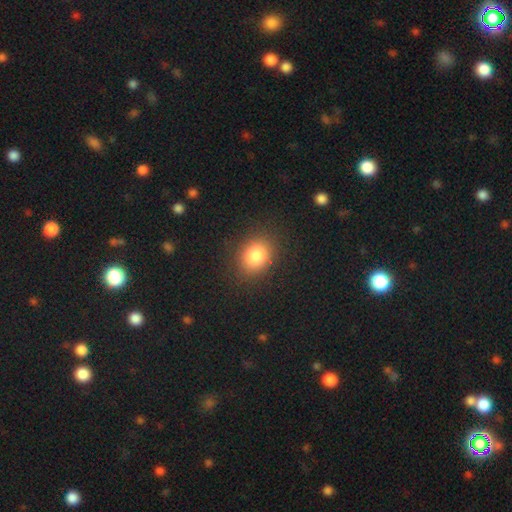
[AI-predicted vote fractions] smooth-or-featured: smooth: 83% | star or artifact: 10% | featured or disk: 6%
  how-rounded: round: 53% | in between: 46% | cigar-shaped: 1%
  merging: none: 86% | minor disturbance: 9% | major disturbance: 4% | merger: 1%